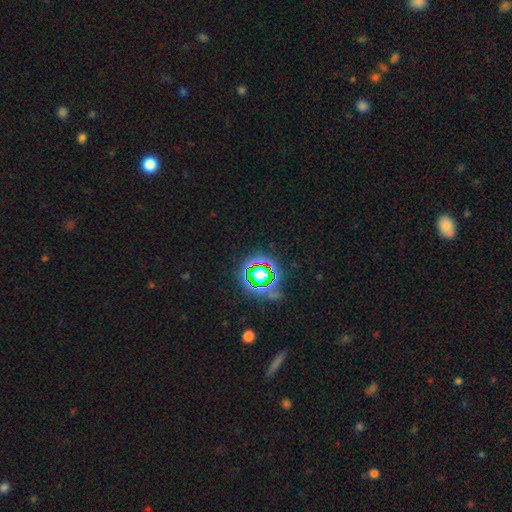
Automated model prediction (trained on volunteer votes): smooth-or-featured: star or artifact: 71% | smooth: 20% | featured or disk: 9%